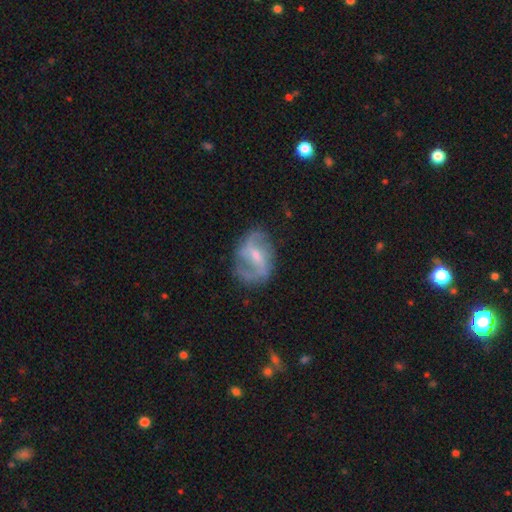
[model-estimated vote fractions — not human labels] A featured or disk galaxy (78%) with a weak bar (51%), 2 (75%) loose (50%) spiral arms (87%) and a small central bulge (53%).

Vote fractions:
- Smooth or featured? featured or disk: 78% / smooth: 16% / star or artifact: 7%
- Edge-on disk? no: 96% / yes: 4%
- Bar? weak: 51% / strong: 28% / no: 22%
- Spiral arms? yes: 87% / no: 13%
- Spiral winding? loose: 50% / medium: 38% / tight: 13%
- Spiral arm count? 2: 75% / can't tell: 11% / 1: 7% / 3: 4% / 4: 1% / more than 4: 1%
- Bulge size? small: 53% / moderate: 39% / none: 5% / large: 2% / dominant: 1%
- Merging? none: 65% / minor disturbance: 21% / major disturbance: 12% / merger: 2%